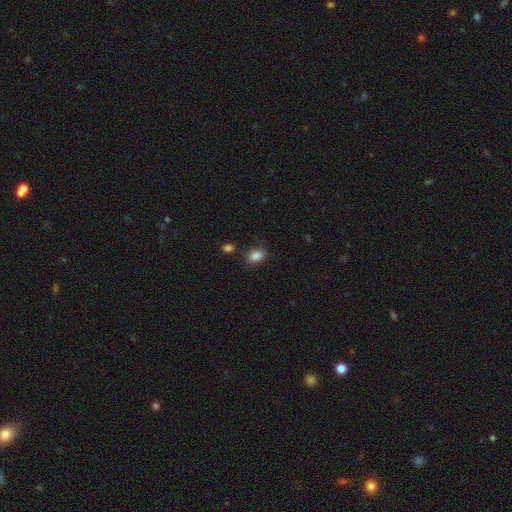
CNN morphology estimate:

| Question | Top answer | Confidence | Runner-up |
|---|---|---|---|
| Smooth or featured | smooth | 87% | star or artifact (10%) |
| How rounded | in between | 84% | round (14%) |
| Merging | none | 80% | minor disturbance (12%) |